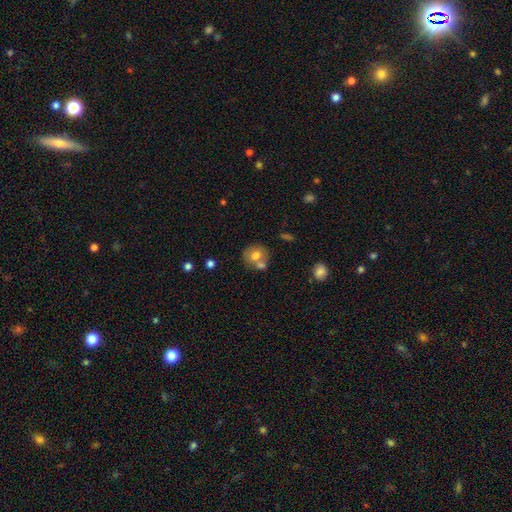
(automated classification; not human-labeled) Q: Smooth or featured?
A: smooth (68%); runner-up: featured or disk (23%)
Q: How rounded?
A: round (81%); runner-up: in between (18%)
Q: Merging?
A: none (52%); runner-up: merger (33%)